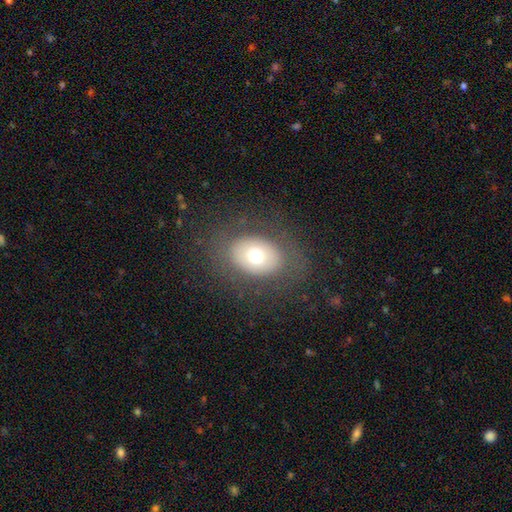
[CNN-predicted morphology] Overall: smooth (66%). How rounded: in between (65%; round 34%). Merging: none (80%).